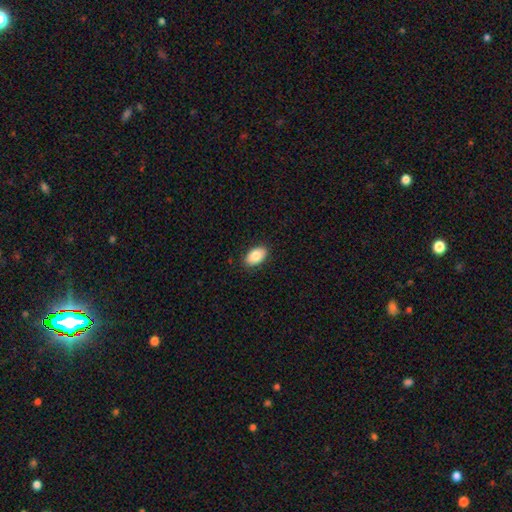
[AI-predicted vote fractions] smooth_or_featured: smooth (p=0.83) [alt: featured or disk p=0.10]
how_rounded: in between (p=0.91) [alt: round p=0.07]
merging: none (p=0.88) [alt: minor disturbance p=0.09]